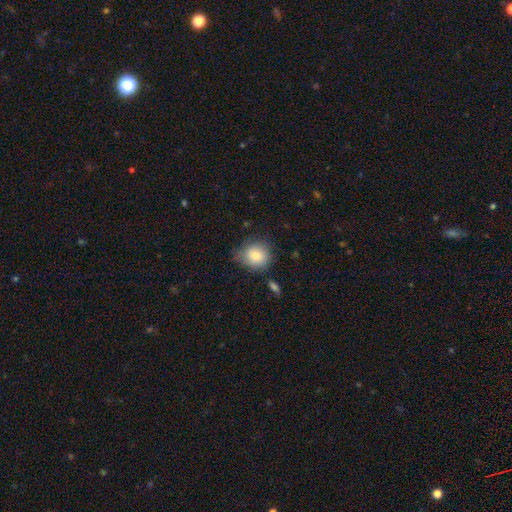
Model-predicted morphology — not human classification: This appears to be a smooth galaxy with no disk features (84%) that is round (74%). Merging: none (63%).